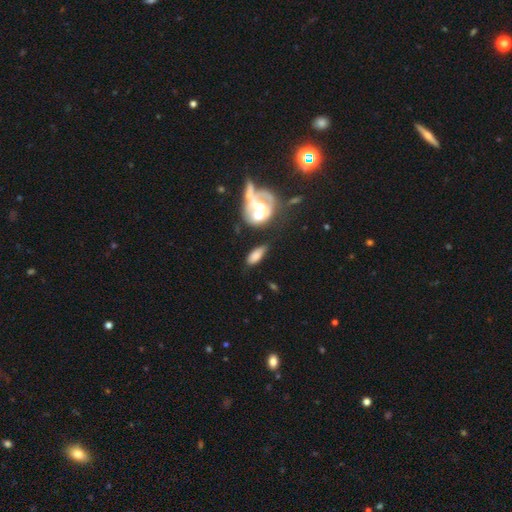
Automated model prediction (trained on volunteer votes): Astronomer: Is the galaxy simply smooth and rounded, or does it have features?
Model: smooth — 66%.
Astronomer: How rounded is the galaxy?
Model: in between — 80%.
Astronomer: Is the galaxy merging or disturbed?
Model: none — 48%.